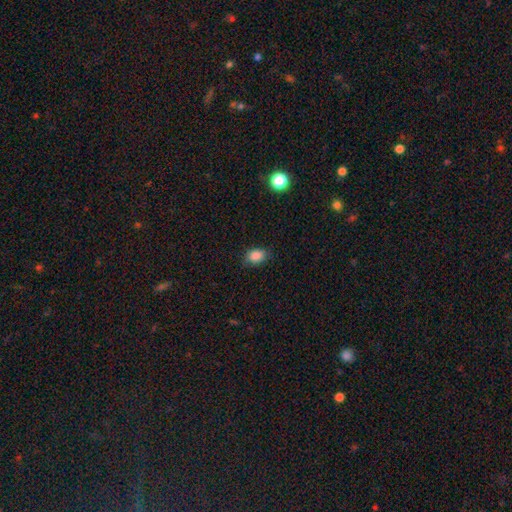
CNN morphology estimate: smooth 87%, star or artifact 9%, featured or disk 4%. Down the decision tree: how rounded — in between (79%); merging — none (81%).